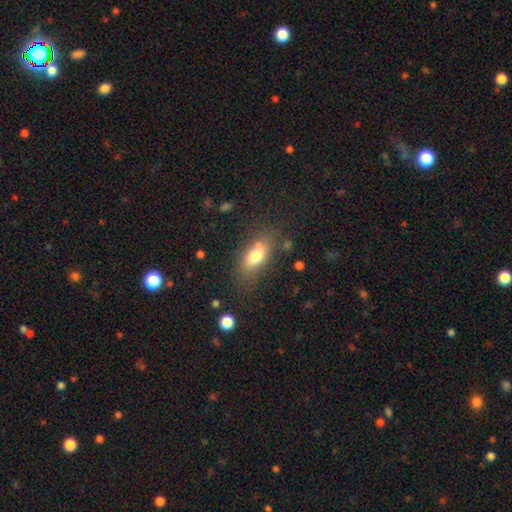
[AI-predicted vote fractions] This is likely a smooth galaxy (74%). How rounded: clearly in between (80%). Merging: likely none (69%).